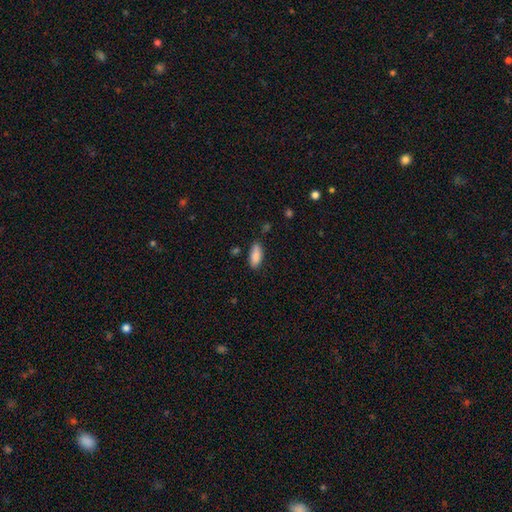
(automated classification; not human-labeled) This appears to be a smooth galaxy with no disk features (87%) that is in between round and cigar-shaped (81%). Merging: none (78%).